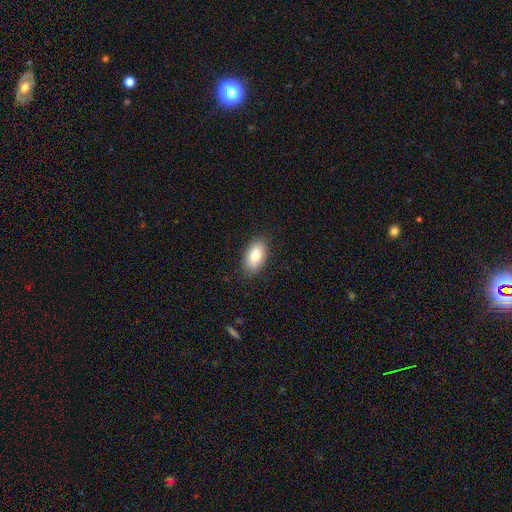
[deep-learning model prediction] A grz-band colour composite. It shows a smooth galaxy with no disk features (82%) that is in between round and cigar-shaped (92%). Merging: none (86%).